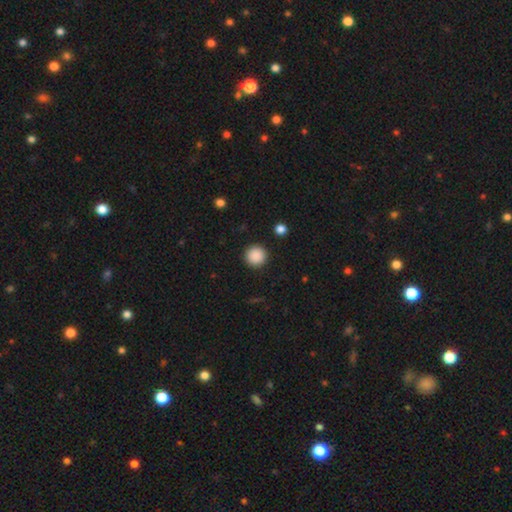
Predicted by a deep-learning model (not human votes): Smooth or featured? smooth (89%)
How rounded? round (96%)
Merging? none (92%)